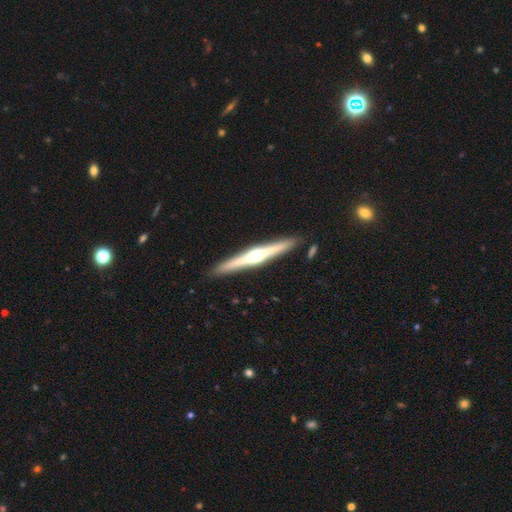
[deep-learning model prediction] featured or disk 76%, smooth 19%, star or artifact 5%. Down the decision tree: edge-on disk — yes (98%); edge-on bulge — rounded (92%); merging — none (90%).